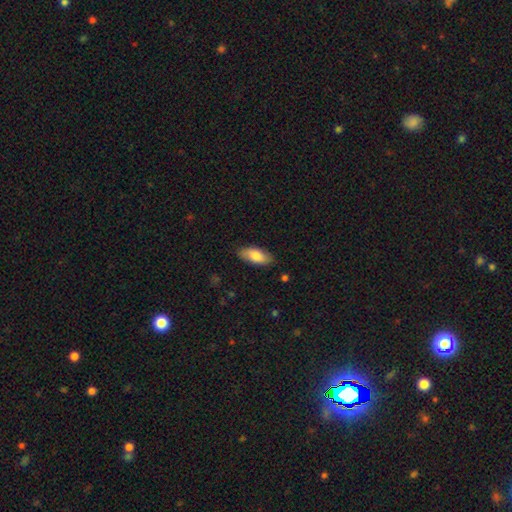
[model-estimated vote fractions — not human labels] Smooth or featured: smooth — 80% (featured or disk — 14%)
How rounded: in between — 86% (cigar-shaped — 11%)
Merging: none — 86% (minor disturbance — 11%)